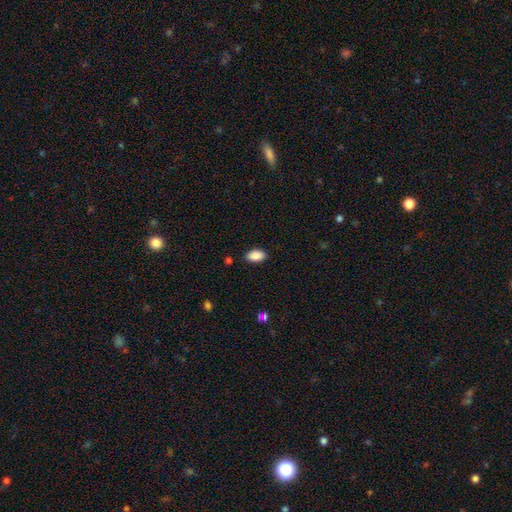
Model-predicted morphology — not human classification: This is clearly a smooth galaxy (89%). How rounded: clearly in between (93%). Merging: clearly none (87%).